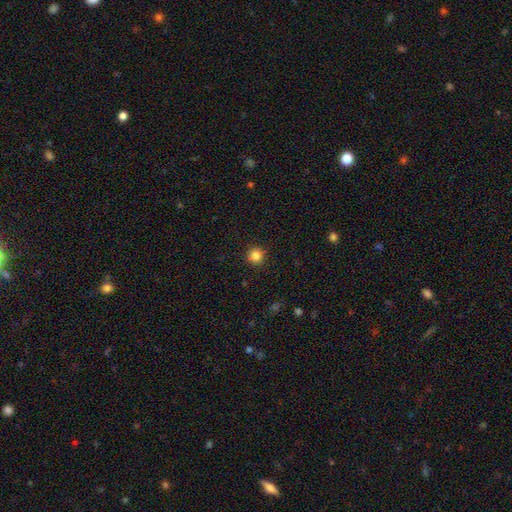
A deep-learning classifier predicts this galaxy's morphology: This appears to be a smooth galaxy with no disk features (84%) that is round (95%). Merging: none (92%).